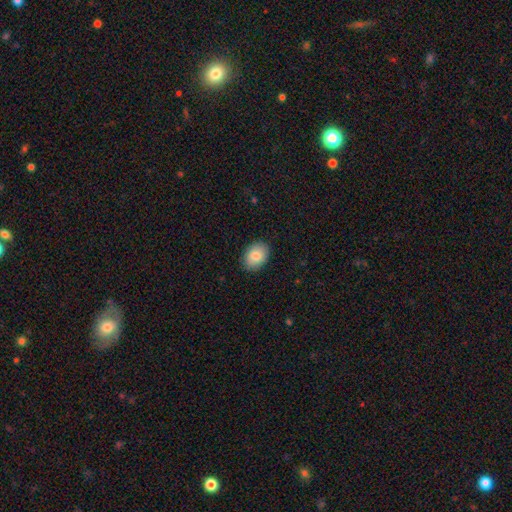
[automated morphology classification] Q: Smooth or featured?
A: smooth (85%); runner-up: featured or disk (8%)
Q: How rounded?
A: in between (76%); runner-up: round (23%)
Q: Merging?
A: none (89%); runner-up: minor disturbance (9%)